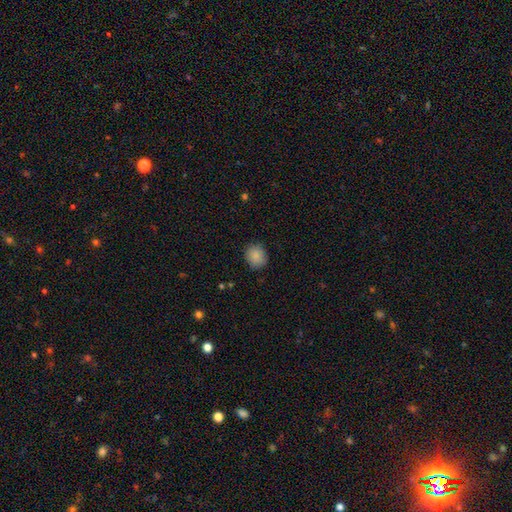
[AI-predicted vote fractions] smooth-or-featured: smooth: 88% | star or artifact: 8% | featured or disk: 4%
  how-rounded: round: 76% | in between: 23% | cigar-shaped: 1%
  merging: none: 85% | minor disturbance: 11% | major disturbance: 3% | merger: 1%